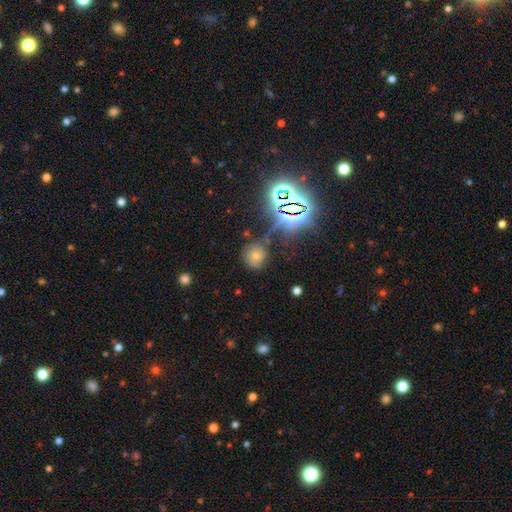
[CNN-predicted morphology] smooth-or-featured: star or artifact: 54% | smooth: 31% | featured or disk: 15%